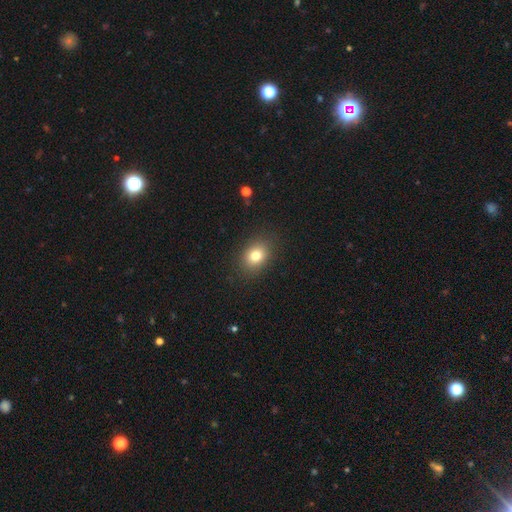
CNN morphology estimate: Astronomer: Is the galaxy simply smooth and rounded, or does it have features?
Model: smooth — 79%.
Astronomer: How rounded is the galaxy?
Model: in between — 58% (runner-up: round, 41%).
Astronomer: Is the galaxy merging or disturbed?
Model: none — 87%.